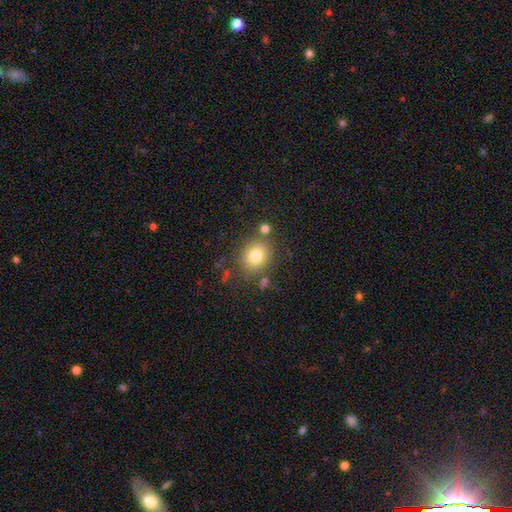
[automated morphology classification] smooth_or_featured: smooth (p=0.79) [alt: star or artifact p=0.11]
how_rounded: round (p=0.75) [alt: in between p=0.24]
merging: none (p=0.77) [alt: minor disturbance p=0.11]